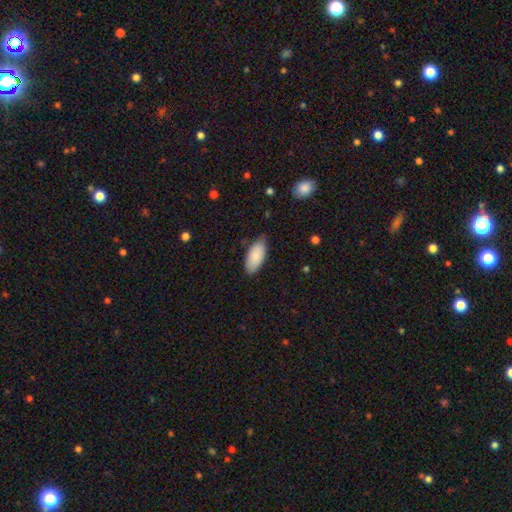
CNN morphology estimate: Smooth or featured?
  - smooth: 85% *
  - featured or disk: 9%
  - star or artifact: 6%
How rounded?
  - in between: 90% *
  - cigar-shaped: 8%
  - round: 2%
Merging?
  - none: 77% *
  - minor disturbance: 19%
  - major disturbance: 3%
  - merger: 1%